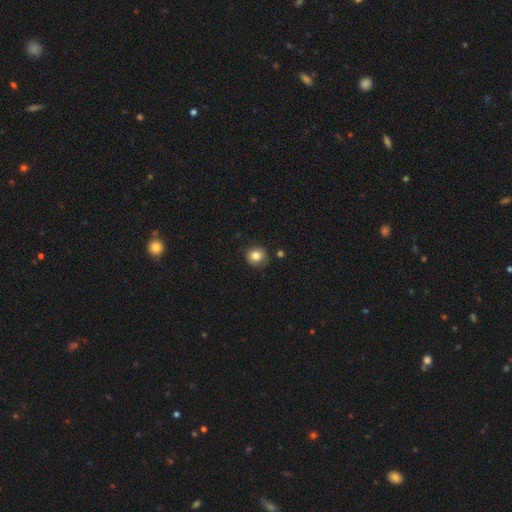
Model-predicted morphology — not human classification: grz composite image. It shows a smooth galaxy with no disk features (82%) that is round (85%). Merging: none (83%).